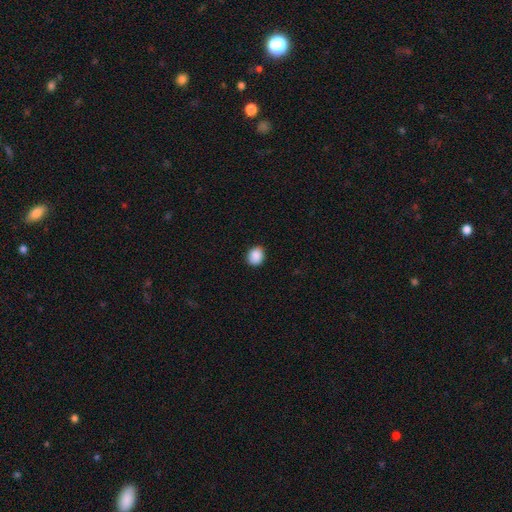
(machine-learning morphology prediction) The model was most divided on "how rounded": round: 55%, in between: 44%, cigar-shaped: 1%. More confident: smooth or featured — smooth (89%); merging — none (87%).